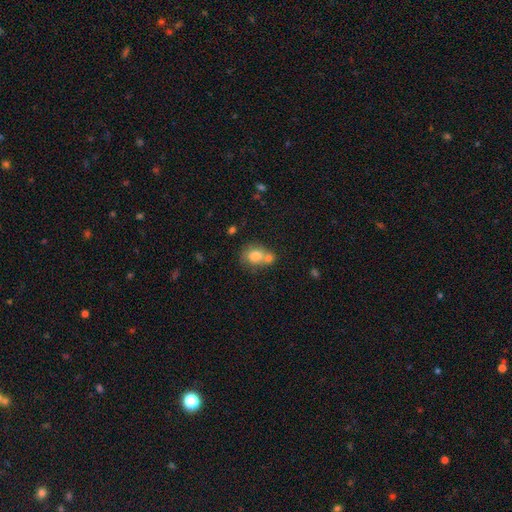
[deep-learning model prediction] The model was most divided on "how rounded": round: 54%, in between: 45%, cigar-shaped: 1%. Remaining: smooth or featured — smooth (77%); merging — merger (49%).